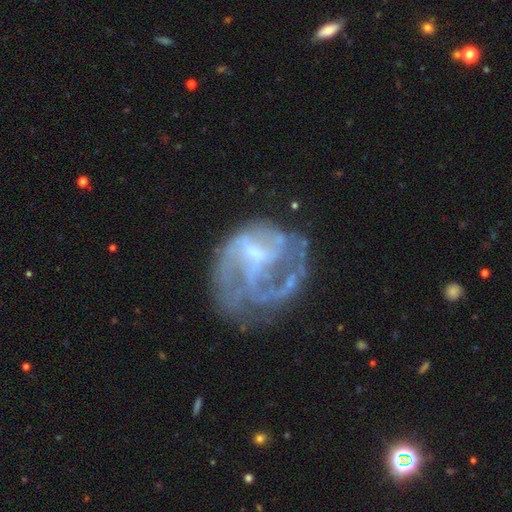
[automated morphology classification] Smooth or featured: featured or disk — 75% (smooth — 15%)
Edge-on disk: no — 98% (yes — 2%)
Bar: no — 44% (weak — 41%)
Spiral arms: yes — 60% (no — 40%)
Bulge size: none — 39% (small — 33%)
Merging: none — 38% (major disturbance — 37%)